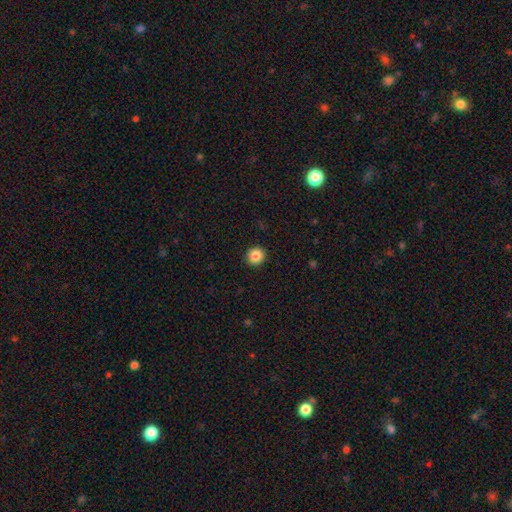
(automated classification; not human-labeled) Smooth or featured?
  - smooth: 87% *
  - star or artifact: 10%
  - featured or disk: 3%
How rounded?
  - round: 92% *
  - in between: 7%
  - cigar-shaped: 1%
Merging?
  - none: 92% *
  - minor disturbance: 5%
  - major disturbance: 2%
  - merger: 1%